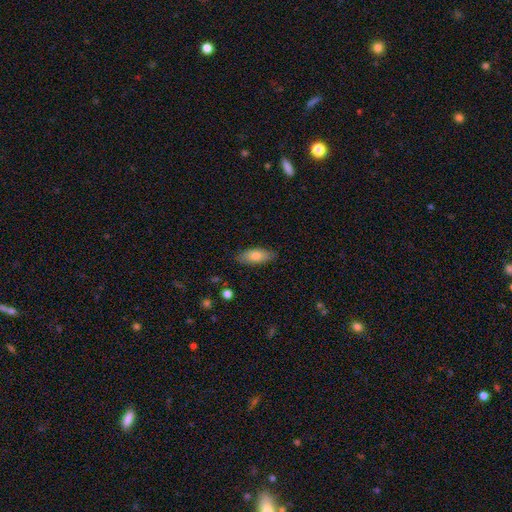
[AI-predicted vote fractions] A smooth galaxy with no disk features (75%) that is in between round and cigar-shaped (81%).

Vote fractions:
- Smooth or featured? smooth: 75% / featured or disk: 19% / star or artifact: 7%
- How rounded? in between: 81% / cigar-shaped: 16% / round: 3%
- Merging? none: 85% / minor disturbance: 12% / major disturbance: 2% / merger: 1%